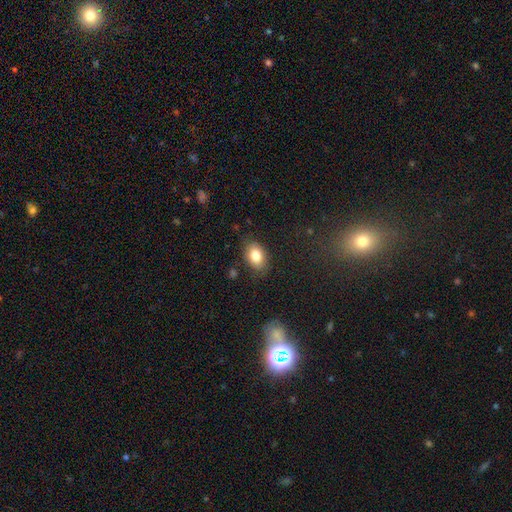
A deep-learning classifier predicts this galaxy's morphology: smooth-or-featured: smooth: 83% | featured or disk: 9% | star or artifact: 8%
  how-rounded: in between: 86% | round: 13% | cigar-shaped: 1%
  merging: none: 80% | minor disturbance: 14% | major disturbance: 4% | merger: 2%